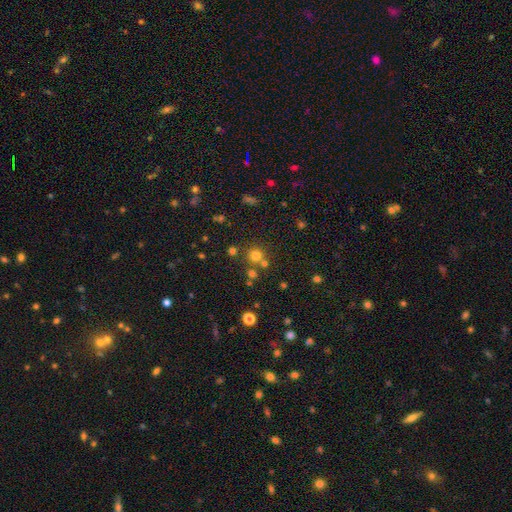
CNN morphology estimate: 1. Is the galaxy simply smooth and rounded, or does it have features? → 71% smooth, 21% star or artifact, 8% featured or disk.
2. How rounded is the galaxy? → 92% round, 7% in between, 1% cigar-shaped.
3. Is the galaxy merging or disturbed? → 71% none, 18% merger, 7% minor disturbance, 3% major disturbance.